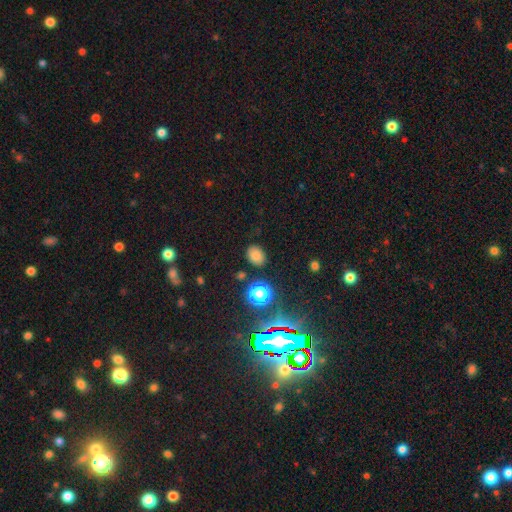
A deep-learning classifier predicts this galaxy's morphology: Smooth or featured: smooth — 76% (star or artifact — 18%)
How rounded: in between — 64% (round — 35%)
Merging: none — 83% (minor disturbance — 11%)